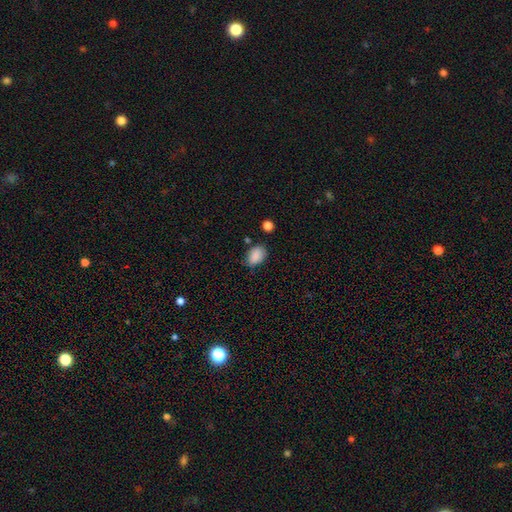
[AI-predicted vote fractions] A smooth galaxy with no disk features (88%) that is in between round and cigar-shaped (83%). Merging: none (66%).